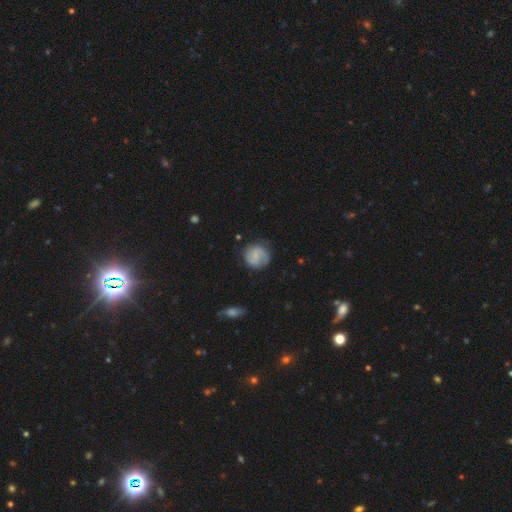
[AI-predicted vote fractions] Q: Smooth or featured?
A: smooth (53%); runner-up: featured or disk (40%)
Q: How rounded?
A: round (86%); runner-up: in between (13%)
Q: Merging?
A: none (73%); runner-up: minor disturbance (19%)